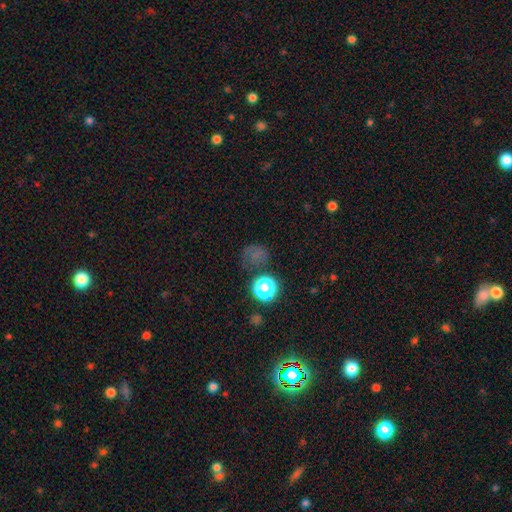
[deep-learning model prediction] Overall: smooth (50%; star or artifact 40%). Merging: none (65%).